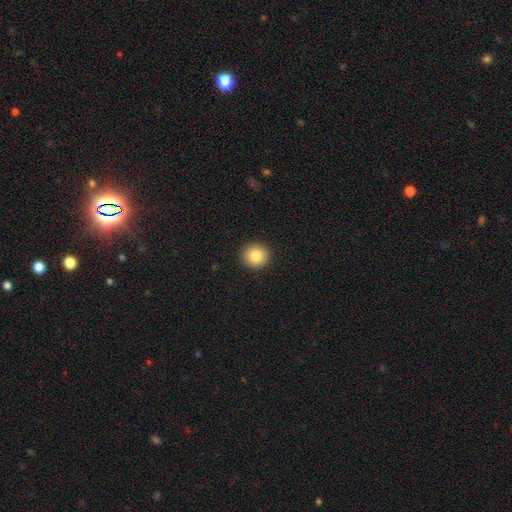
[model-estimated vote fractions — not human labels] smooth-or-featured: smooth: 84% | star or artifact: 9% | featured or disk: 7%
  how-rounded: round: 92% | in between: 7% | cigar-shaped: 1%
  merging: none: 92% | minor disturbance: 5% | major disturbance: 2% | merger: 1%